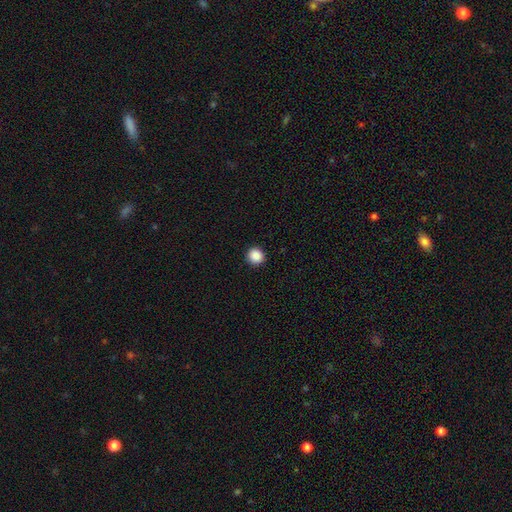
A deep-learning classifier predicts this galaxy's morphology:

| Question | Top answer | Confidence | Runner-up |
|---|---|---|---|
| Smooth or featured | smooth | 88% | star or artifact (9%) |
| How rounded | round | 95% | in between (4%) |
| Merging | none | 93% | minor disturbance (5%) |